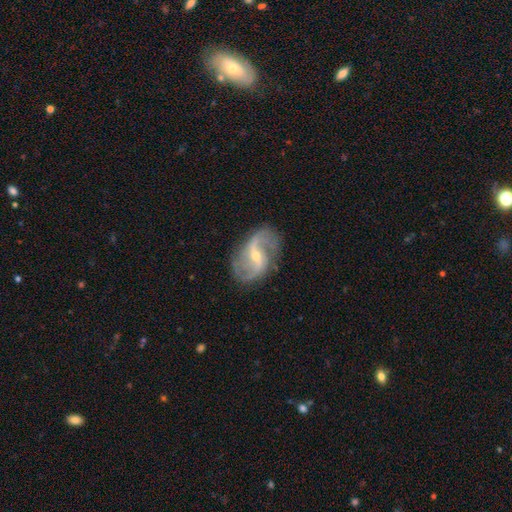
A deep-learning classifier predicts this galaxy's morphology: smooth_or_featured: featured or disk (p=0.89) [alt: smooth p=0.06]
disk_edge_on: no (p=0.97) [alt: yes p=0.03]
bar: weak (p=0.47) [alt: strong p=0.30]
has_spiral_arms: yes (p=0.96) [alt: no p=0.04]
spiral_winding: loose (p=0.59) [alt: medium p=0.32]
spiral_arm_count: 2 (p=0.89) [alt: can't tell p=0.04]
bulge_size: small (p=0.57) [alt: moderate p=0.40]
merging: none (p=0.80) [alt: minor disturbance p=0.13]